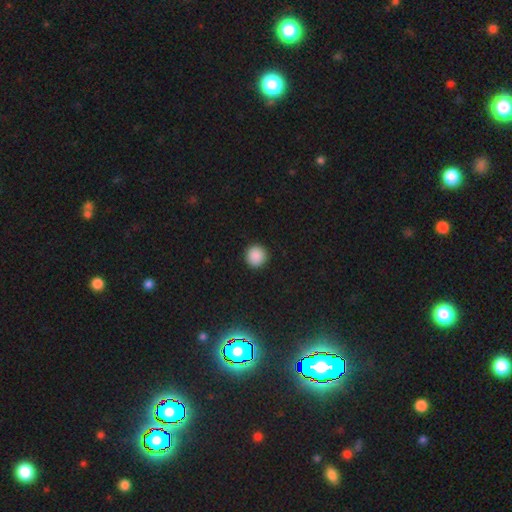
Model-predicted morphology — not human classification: Smooth or featured?
  - smooth: 88% *
  - star or artifact: 9%
  - featured or disk: 2%
How rounded?
  - round: 95% *
  - in between: 4%
  - cigar-shaped: 1%
Merging?
  - none: 93% *
  - minor disturbance: 4%
  - major disturbance: 2%
  - merger: 1%